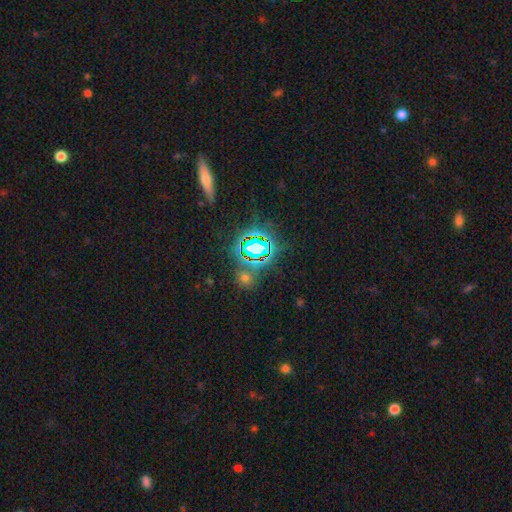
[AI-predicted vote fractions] Smooth or featured: star or artifact — 72% (smooth — 18%)